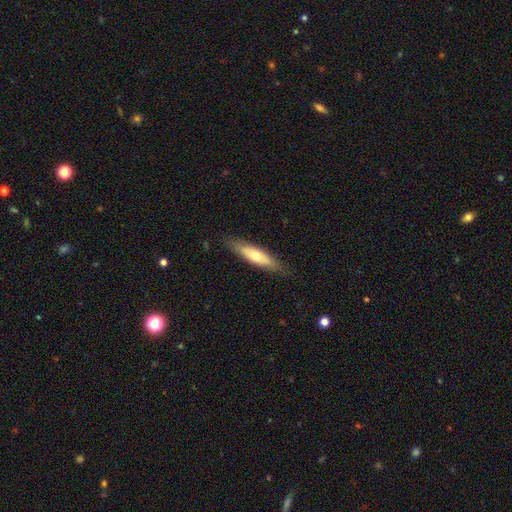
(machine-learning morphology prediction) Smooth or featured?
  - smooth: 59% *
  - featured or disk: 36%
  - star or artifact: 6%
How rounded?
  - cigar-shaped: 73% *
  - in between: 25%
  - round: 2%
Merging?
  - none: 84% *
  - minor disturbance: 12%
  - major disturbance: 3%
  - merger: 1%